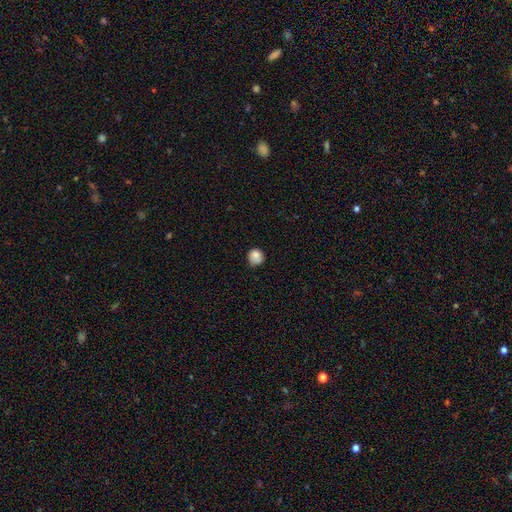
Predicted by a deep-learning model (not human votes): smooth-or-featured: smooth: 84% | star or artifact: 10% | featured or disk: 7%
  how-rounded: round: 89% | in between: 10% | cigar-shaped: 1%
  merging: none: 72% | minor disturbance: 22% | major disturbance: 4% | merger: 2%